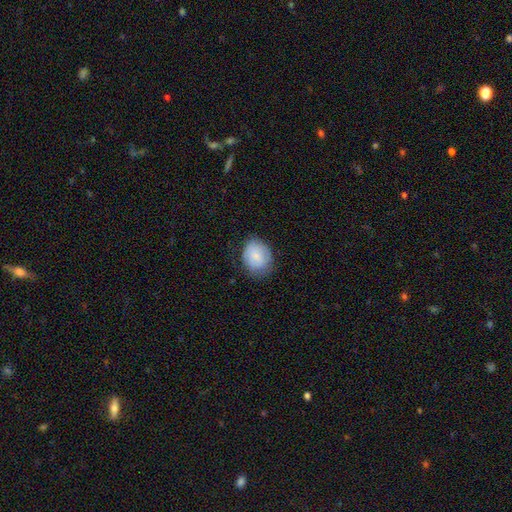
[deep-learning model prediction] smooth 77%, featured or disk 16%, star or artifact 7%. Down the decision tree: how rounded — in between (51%); merging — none (71%).